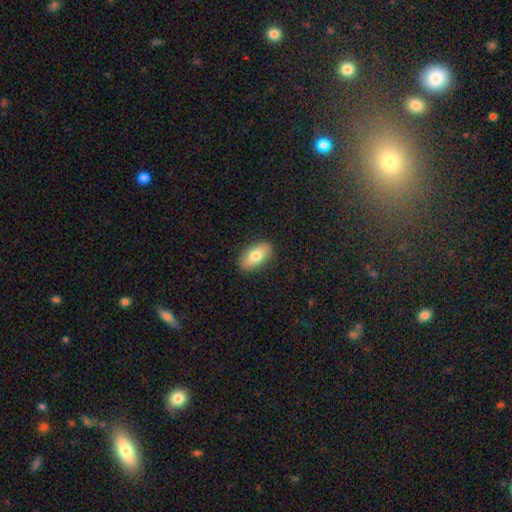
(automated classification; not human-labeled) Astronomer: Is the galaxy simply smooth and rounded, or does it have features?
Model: smooth — 78%.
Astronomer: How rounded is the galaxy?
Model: in between — 91%.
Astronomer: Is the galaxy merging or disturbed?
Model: none — 88%.